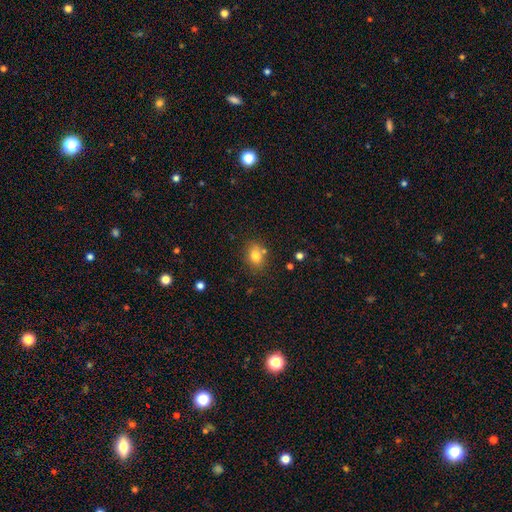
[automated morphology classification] Overall: smooth (78%). How rounded: in between (56%; round 42%). Merging: none (73%).